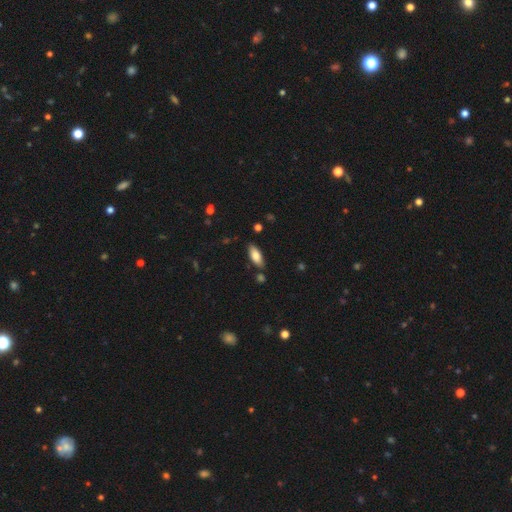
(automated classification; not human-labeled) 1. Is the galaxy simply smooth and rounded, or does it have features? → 78% smooth, 15% featured or disk, 7% star or artifact.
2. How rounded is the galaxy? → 80% in between, 18% cigar-shaped, 2% round.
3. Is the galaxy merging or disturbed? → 80% none, 13% minor disturbance, 4% merger, 3% major disturbance.